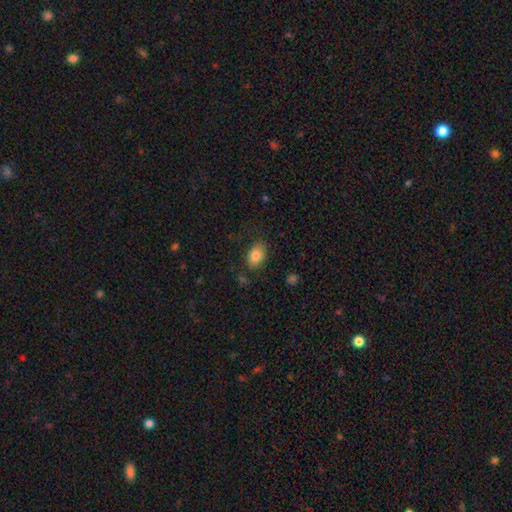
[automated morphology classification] A smooth galaxy with no disk features (83%) that is in between round and cigar-shaped (84%). Merging: none (79%).